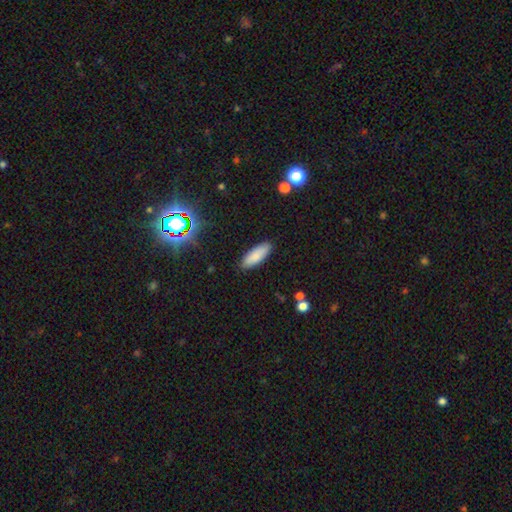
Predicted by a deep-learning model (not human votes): Smooth or featured? Predicted: smooth (p=0.86). How rounded? Predicted: in between (p=0.65). Merging? Predicted: none (p=0.88).